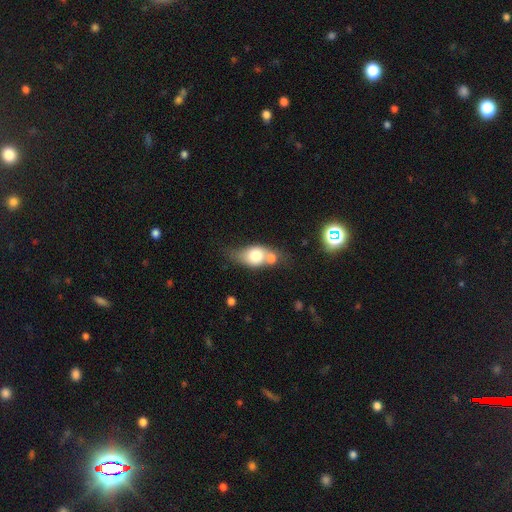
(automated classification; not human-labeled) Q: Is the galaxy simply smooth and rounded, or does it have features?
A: smooth — 67%.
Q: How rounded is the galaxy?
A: in between — 71%.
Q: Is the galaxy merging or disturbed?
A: merger — 42%.